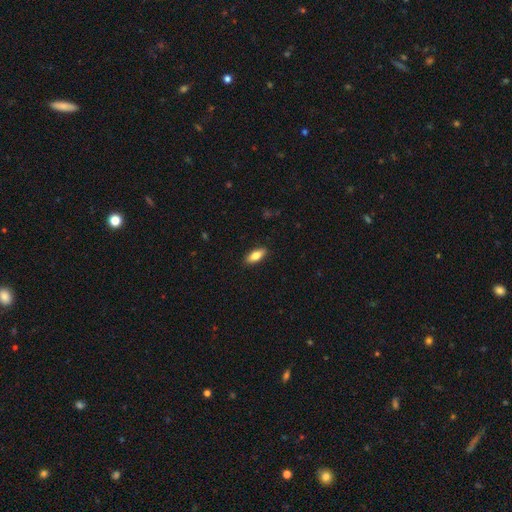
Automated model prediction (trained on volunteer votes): Q: Smooth or featured?
A: smooth (78%); runner-up: featured or disk (16%)
Q: How rounded?
A: in between (78%); runner-up: cigar-shaped (20%)
Q: Merging?
A: none (89%); runner-up: minor disturbance (8%)